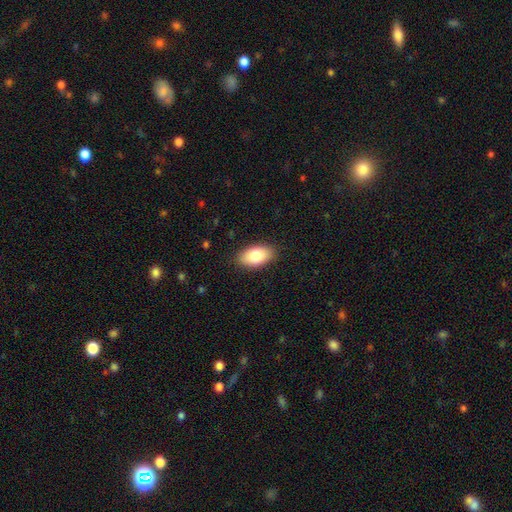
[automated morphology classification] Smooth or featured?
  - smooth: 84% *
  - featured or disk: 10%
  - star or artifact: 7%
How rounded?
  - in between: 94% *
  - round: 4%
  - cigar-shaped: 2%
Merging?
  - none: 87% *
  - minor disturbance: 10%
  - major disturbance: 2%
  - merger: 1%